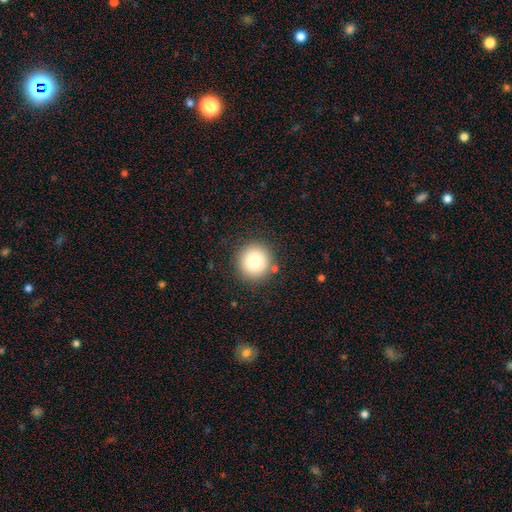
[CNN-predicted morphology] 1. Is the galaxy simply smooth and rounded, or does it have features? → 83% smooth, 10% star or artifact, 7% featured or disk.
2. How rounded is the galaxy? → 94% round, 5% in between, 1% cigar-shaped.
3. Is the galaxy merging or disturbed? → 87% none, 8% minor disturbance, 3% major disturbance, 3% merger.